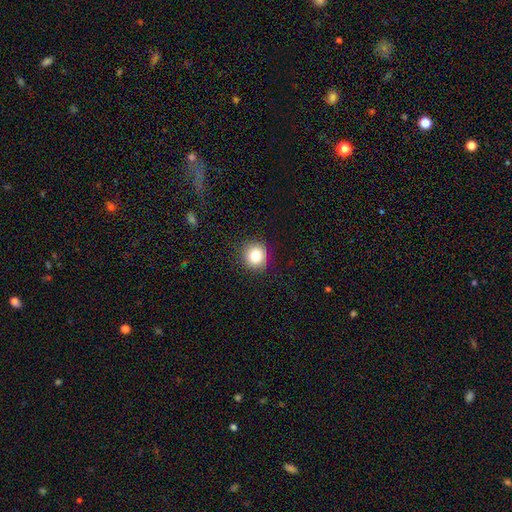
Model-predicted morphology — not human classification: Smooth or featured: smooth — 83% (star or artifact — 10%)
How rounded: round — 89% (in between — 10%)
Merging: none — 89% (minor disturbance — 7%)